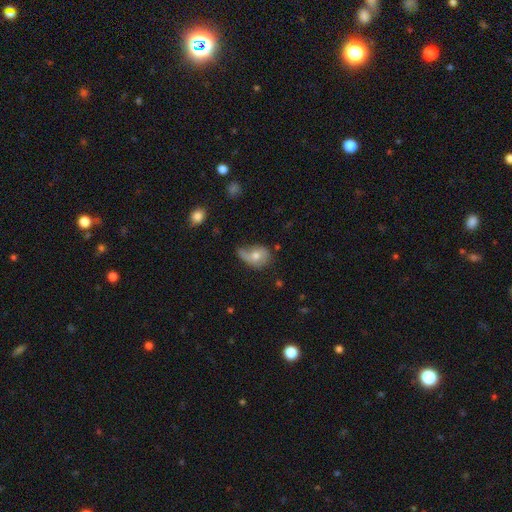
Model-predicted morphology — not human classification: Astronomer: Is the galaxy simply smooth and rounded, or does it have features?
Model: smooth — 51% (runner-up: featured or disk, 40%).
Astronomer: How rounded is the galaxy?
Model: in between — 62%.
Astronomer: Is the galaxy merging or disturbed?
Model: minor disturbance — 36% (runner-up: major disturbance, 30%).